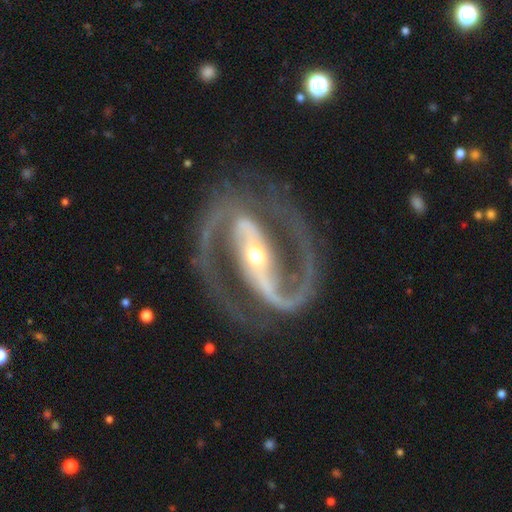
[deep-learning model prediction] Morphology: type=featured or disk (94%); edge-on=no (97%); bar=strong (72%); spiral arms=yes (98%); winding=medium (64%); arm count=2 (94%); bulge=moderate (53%); merging=none (79%).